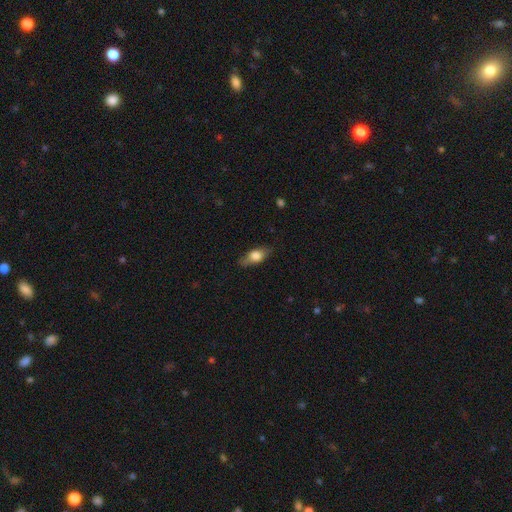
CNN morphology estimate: smooth-or-featured: smooth: 63% | featured or disk: 30% | star or artifact: 7%
  how-rounded: in between: 74% | cigar-shaped: 18% | round: 8%
  merging: none: 77% | minor disturbance: 18% | major disturbance: 4% | merger: 1%